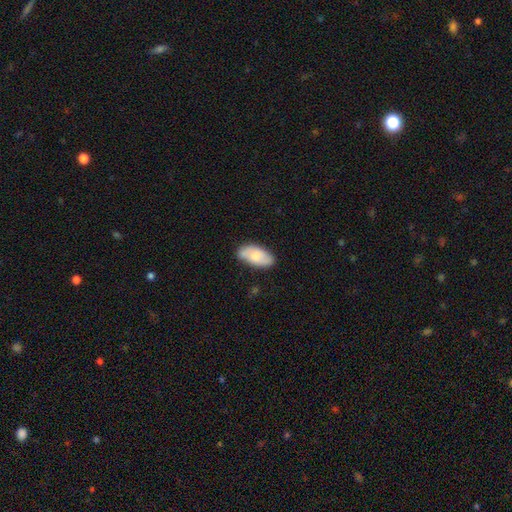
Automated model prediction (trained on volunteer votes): A smooth galaxy with no disk features (70%) that is in between round and cigar-shaped (93%). Merging: none (75%).